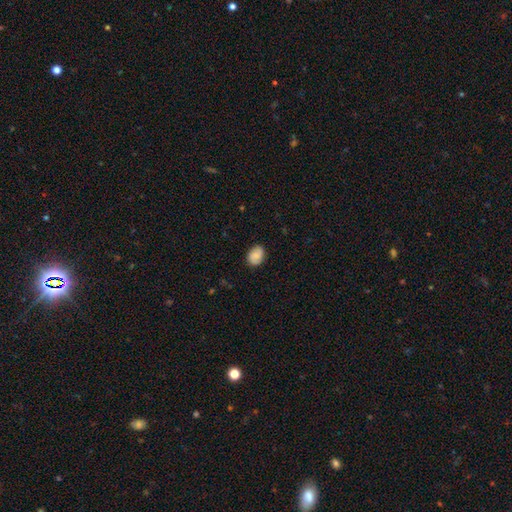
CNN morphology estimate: The model was most divided on "how rounded": in between: 65%, round: 34%, cigar-shaped: 1%. More confident: merging — none (83%); smooth or featured — smooth (80%).